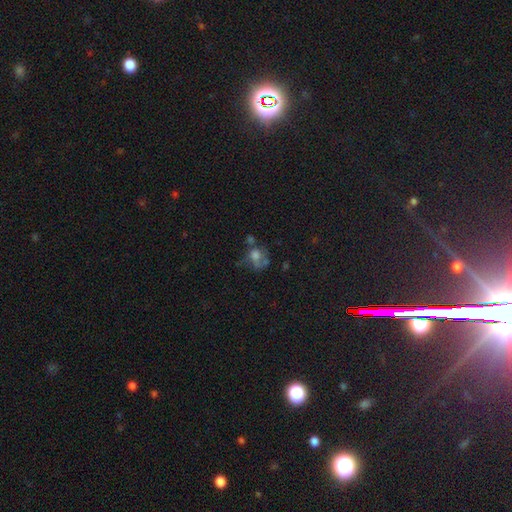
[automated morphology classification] This appears to be a smooth galaxy with no disk features (52%) that is round (55%). Merging: major disturbance (32%).